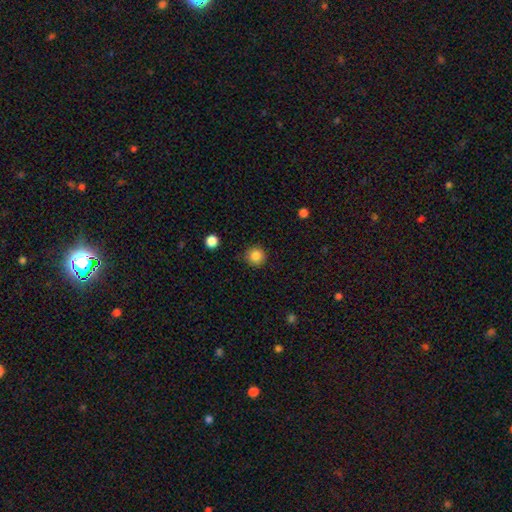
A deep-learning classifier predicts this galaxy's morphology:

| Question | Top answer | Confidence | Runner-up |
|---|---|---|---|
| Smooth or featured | smooth | 85% | star or artifact (10%) |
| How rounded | round | 95% | in between (4%) |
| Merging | none | 89% | minor disturbance (8%) |